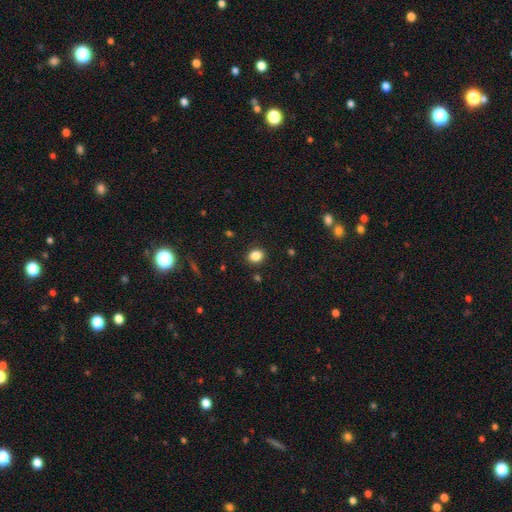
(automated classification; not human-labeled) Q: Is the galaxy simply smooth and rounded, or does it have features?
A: smooth — 85%.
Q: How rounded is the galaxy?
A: round — 62%.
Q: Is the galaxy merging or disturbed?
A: none — 90%.